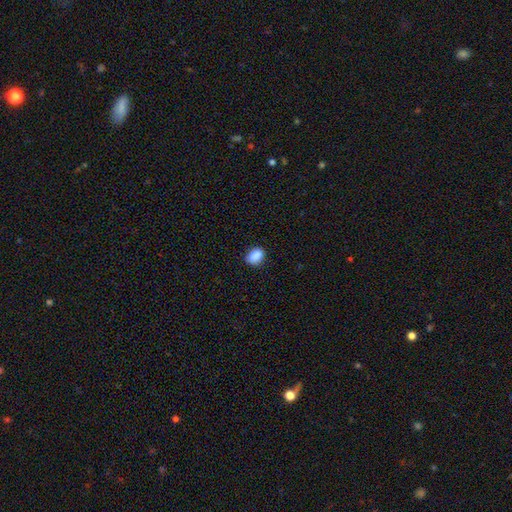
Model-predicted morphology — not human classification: smooth-or-featured: smooth: 88% | star or artifact: 9% | featured or disk: 4%
  how-rounded: in between: 71% | round: 28% | cigar-shaped: 2%
  merging: none: 80% | minor disturbance: 16% | major disturbance: 3% | merger: 2%